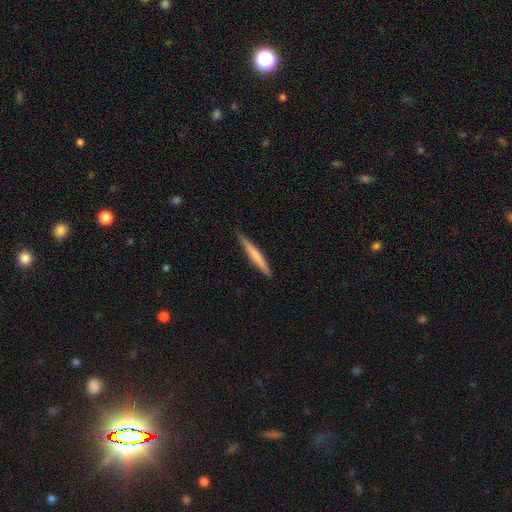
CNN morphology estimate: Overall: smooth (59%; featured or disk 37%). How rounded: cigar-shaped (96%). Merging: none (90%).